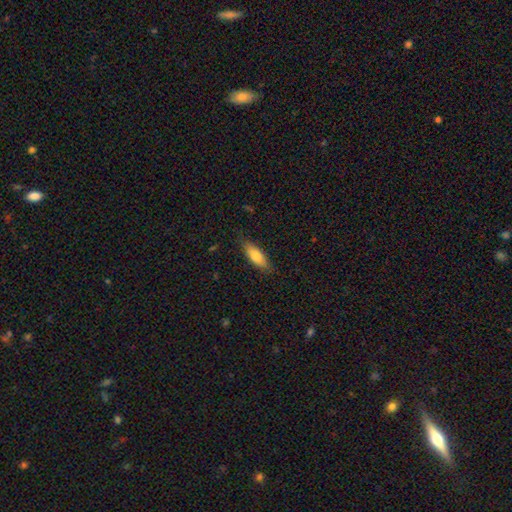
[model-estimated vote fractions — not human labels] Smooth or featured?
  - smooth: 78% *
  - featured or disk: 16%
  - star or artifact: 6%
How rounded?
  - in between: 63% *
  - cigar-shaped: 35%
  - round: 2%
Merging?
  - none: 82% *
  - minor disturbance: 14%
  - major disturbance: 3%
  - merger: 1%